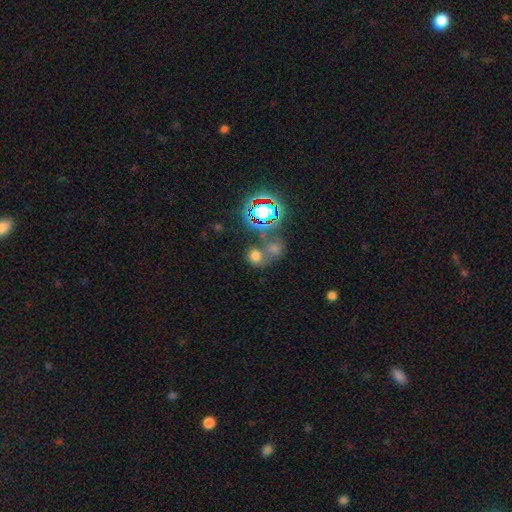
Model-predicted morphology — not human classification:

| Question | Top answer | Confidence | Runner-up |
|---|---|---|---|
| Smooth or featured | smooth | 61% | star or artifact (28%) |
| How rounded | round | 69% | in between (29%) |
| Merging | merger | 43% | none (41%) |